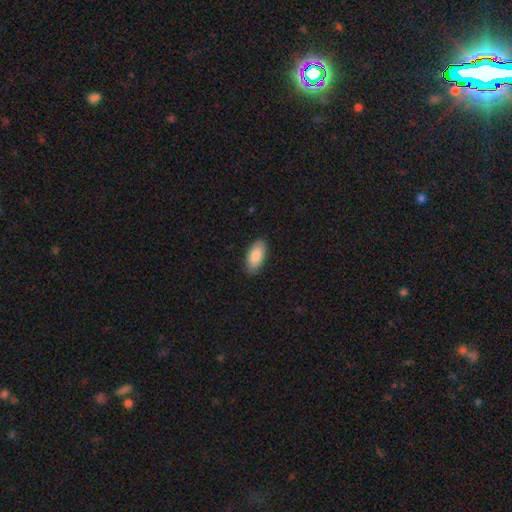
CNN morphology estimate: type=smooth (88%); roundness=in between (93%); merging=none (87%).